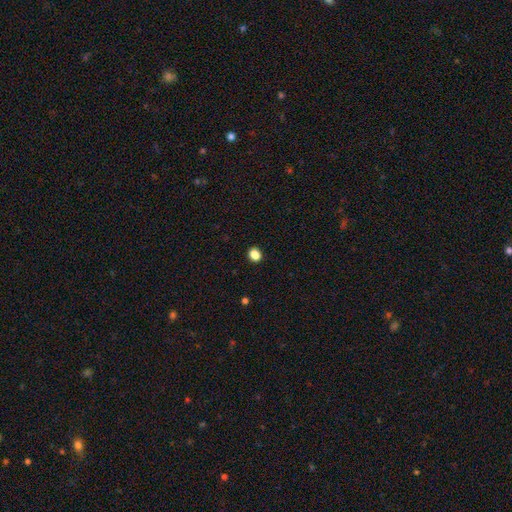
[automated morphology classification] This appears to be a smooth galaxy with no disk features (82%) that is round (58%). Merging: none (88%).